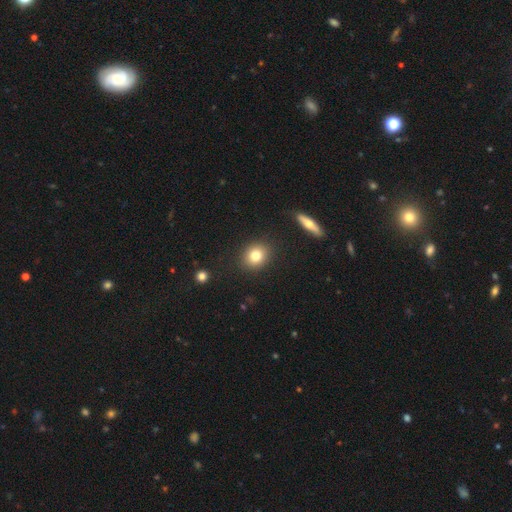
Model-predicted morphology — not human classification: smooth-or-featured: smooth: 80% | featured or disk: 10% | star or artifact: 10%
  how-rounded: round: 69% | in between: 30% | cigar-shaped: 1%
  merging: none: 88% | minor disturbance: 8% | major disturbance: 2% | merger: 2%